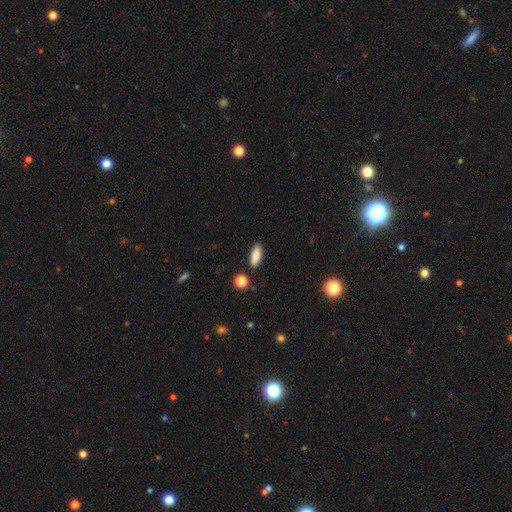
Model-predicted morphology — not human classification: Q: Smooth or featured?
A: smooth (85%); runner-up: star or artifact (8%)
Q: How rounded?
A: in between (78%); runner-up: cigar-shaped (19%)
Q: Merging?
A: none (85%); runner-up: minor disturbance (9%)